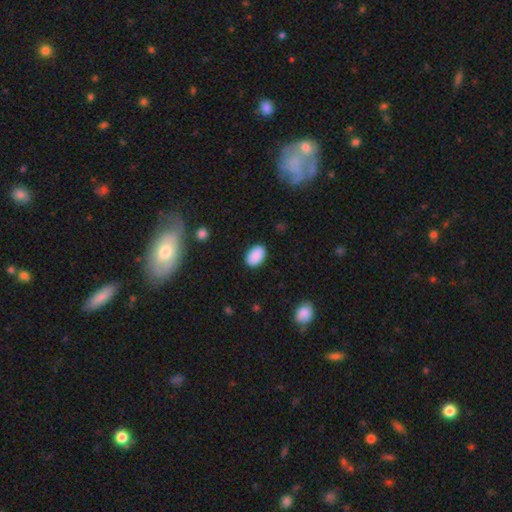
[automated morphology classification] Overall: smooth (89%). How rounded: in between (90%). Merging: none (86%).